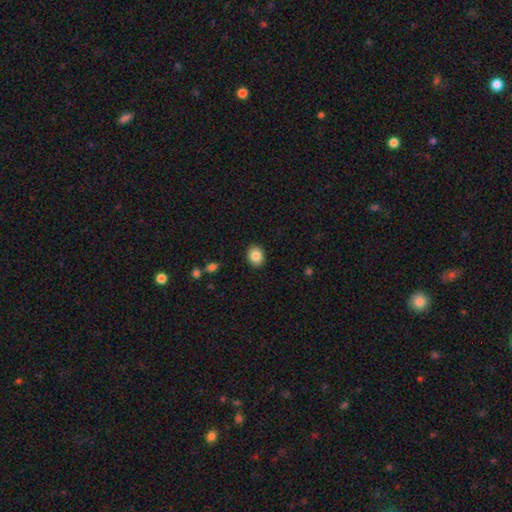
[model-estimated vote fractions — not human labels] Smooth or featured: smooth — 85% (star or artifact — 8%)
How rounded: round — 54% (in between — 46%)
Merging: none — 90% (minor disturbance — 7%)